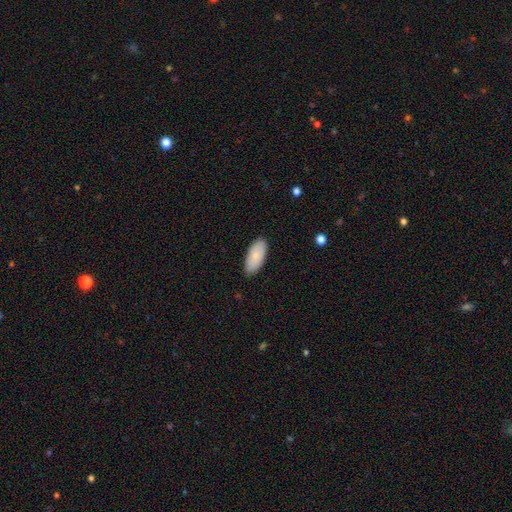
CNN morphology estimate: Smooth or featured: smooth — 85% (featured or disk — 9%)
How rounded: in between — 91% (cigar-shaped — 8%)
Merging: none — 86% (minor disturbance — 12%)